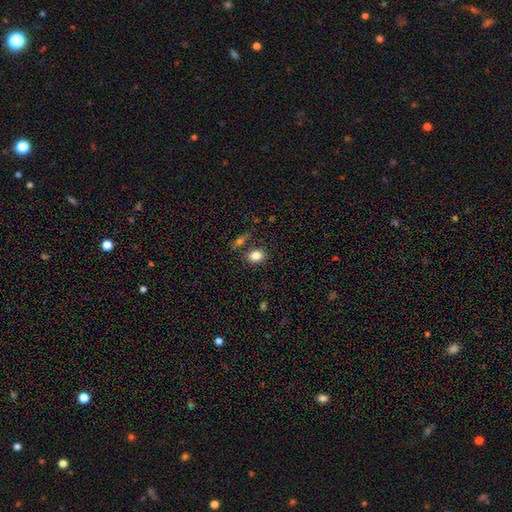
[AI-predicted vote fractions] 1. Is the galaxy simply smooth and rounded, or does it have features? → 85% smooth, 9% star or artifact, 6% featured or disk.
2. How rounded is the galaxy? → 72% in between, 27% round, 1% cigar-shaped.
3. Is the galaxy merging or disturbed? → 73% none, 13% minor disturbance, 10% merger, 4% major disturbance.